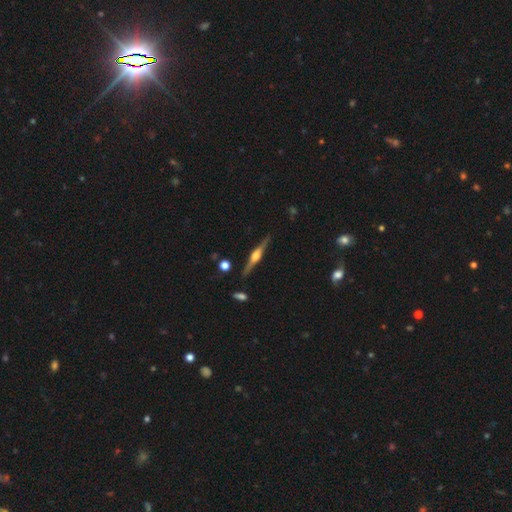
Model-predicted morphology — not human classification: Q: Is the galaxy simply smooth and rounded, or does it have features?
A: featured or disk — 81%.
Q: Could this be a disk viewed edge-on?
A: yes — 98%.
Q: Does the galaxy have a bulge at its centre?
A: rounded — 91%.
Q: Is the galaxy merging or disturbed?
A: none — 89%.